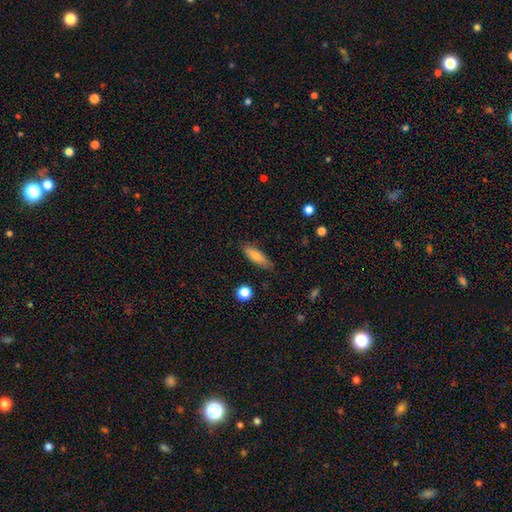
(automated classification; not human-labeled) This is likely a smooth galaxy (75%). How rounded: possibly cigar-shaped (50%). Merging: clearly none (81%).